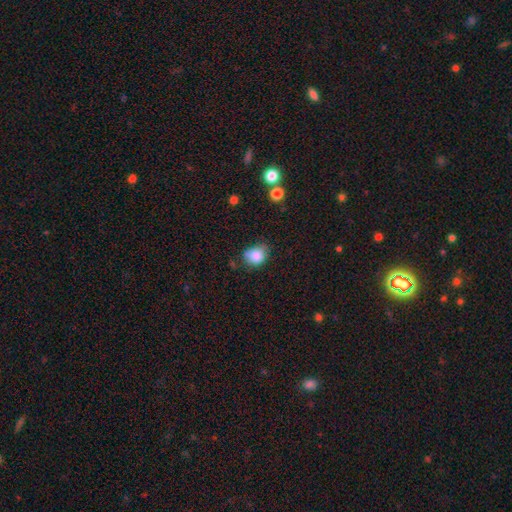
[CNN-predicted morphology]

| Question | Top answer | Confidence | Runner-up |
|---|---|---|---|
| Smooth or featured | smooth | 83% | star or artifact (10%) |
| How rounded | round | 58% | in between (41%) |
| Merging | none | 54% | minor disturbance (33%) |